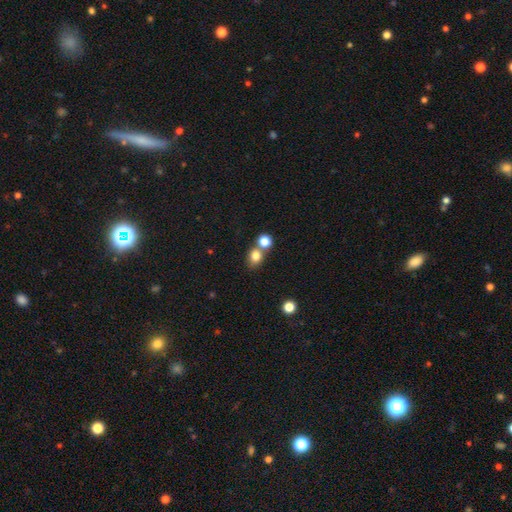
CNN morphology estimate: Smooth or featured? Predicted: smooth (p=0.80). How rounded? Predicted: round (p=0.63). Merging? Predicted: none (p=0.52).